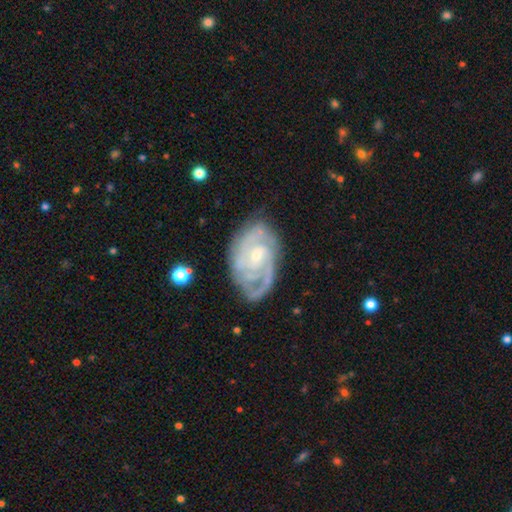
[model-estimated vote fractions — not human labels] Q: Smooth or featured?
A: featured or disk (88%); runner-up: smooth (7%)
Q: Edge-on disk?
A: no (97%); runner-up: yes (3%)
Q: Bar?
A: no (56%); runner-up: weak (37%)
Q: Spiral arms?
A: yes (96%); runner-up: no (4%)
Q: Spiral winding?
A: tight (64%); runner-up: medium (30%)
Q: Spiral arm count?
A: 2 (39%); runner-up: 3 (23%)
Q: Bulge size?
A: small (64%); runner-up: moderate (31%)
Q: Merging?
A: none (72%); runner-up: minor disturbance (20%)